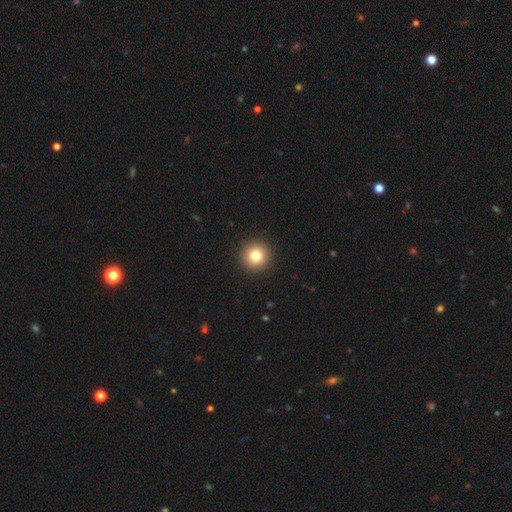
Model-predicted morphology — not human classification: smooth_or_featured: smooth (p=0.81) [alt: star or artifact p=0.11]
how_rounded: round (p=0.96) [alt: in between p=0.03]
merging: none (p=0.93) [alt: minor disturbance p=0.04]